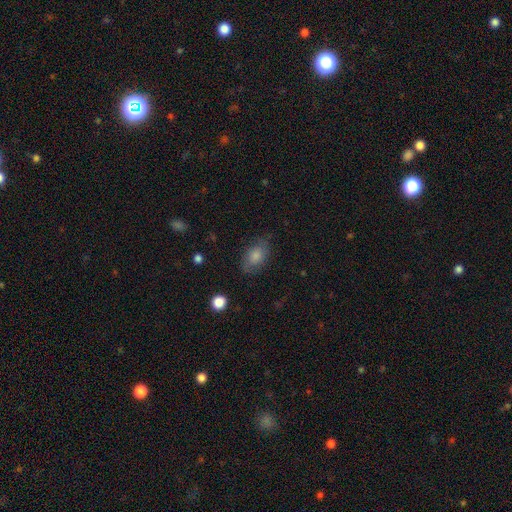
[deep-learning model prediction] Smooth or featured: smooth — 75% (featured or disk — 17%)
How rounded: in between — 87% (round — 11%)
Merging: none — 73% (minor disturbance — 19%)